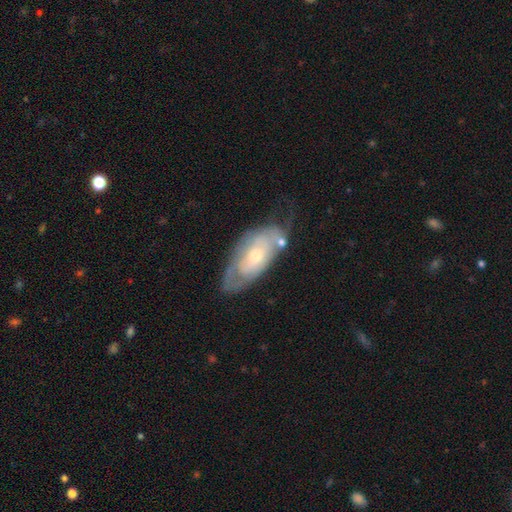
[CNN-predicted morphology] smooth_or_featured: featured or disk (p=0.63) [alt: smooth p=0.30]
disk_edge_on: no (p=0.89) [alt: yes p=0.11]
bar: no (p=0.79) [alt: weak p=0.17]
has_spiral_arms: yes (p=0.58) [alt: no p=0.42]
bulge_size: small (p=0.52) [alt: moderate p=0.44]
merging: none (p=0.46) [alt: minor disturbance p=0.28]